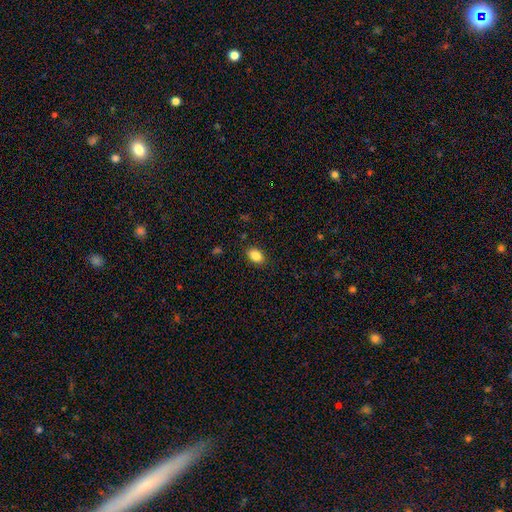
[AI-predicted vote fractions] This appears to be a smooth galaxy with no disk features (87%) that is in between round and cigar-shaped (85%). Merging: none (88%).